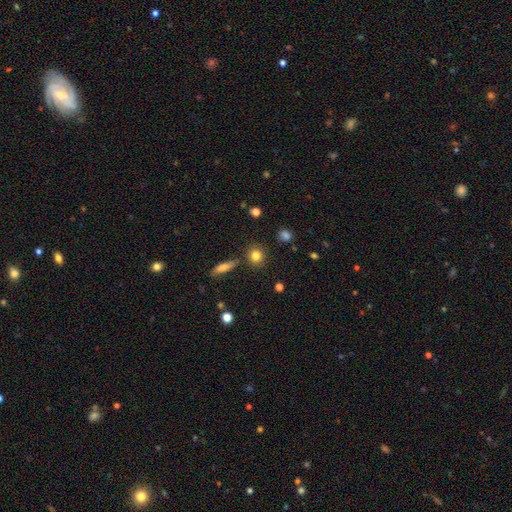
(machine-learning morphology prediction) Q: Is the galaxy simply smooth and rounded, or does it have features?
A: smooth — 81%.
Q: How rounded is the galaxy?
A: round — 84%.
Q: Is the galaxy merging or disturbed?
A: none — 83%.